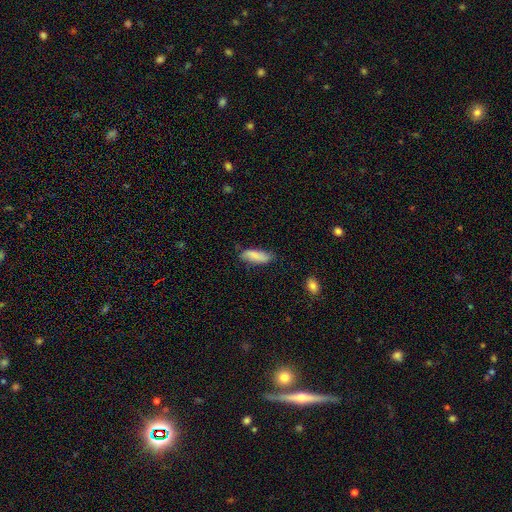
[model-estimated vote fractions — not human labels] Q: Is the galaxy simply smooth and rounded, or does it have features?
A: smooth — 84%.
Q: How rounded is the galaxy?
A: in between — 69%.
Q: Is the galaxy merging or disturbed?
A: none — 68%.